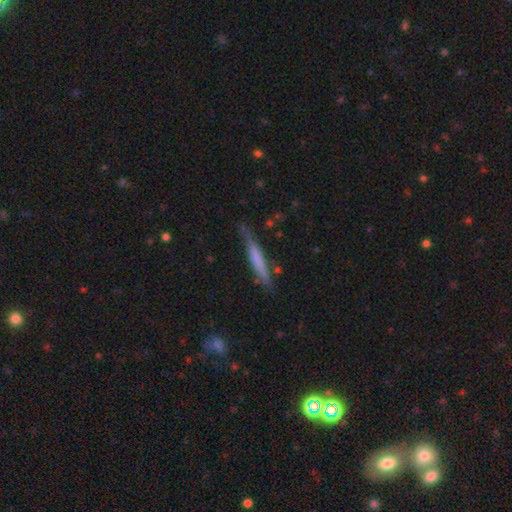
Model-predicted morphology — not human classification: This appears to be a smooth galaxy with no disk features (50%). Merging: none (77%).